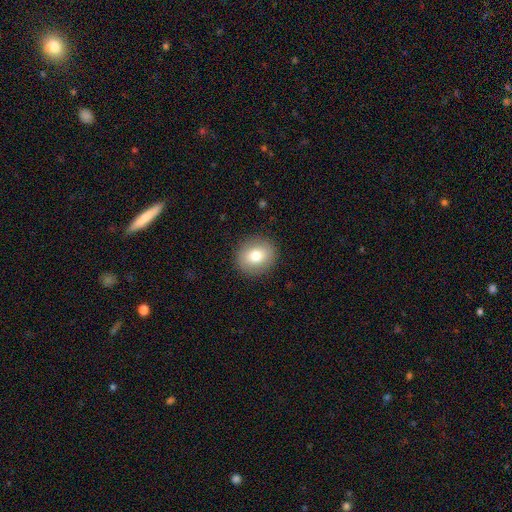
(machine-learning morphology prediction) This is likely a smooth galaxy (76%). How rounded: likely round (79%). Merging: clearly none (89%).